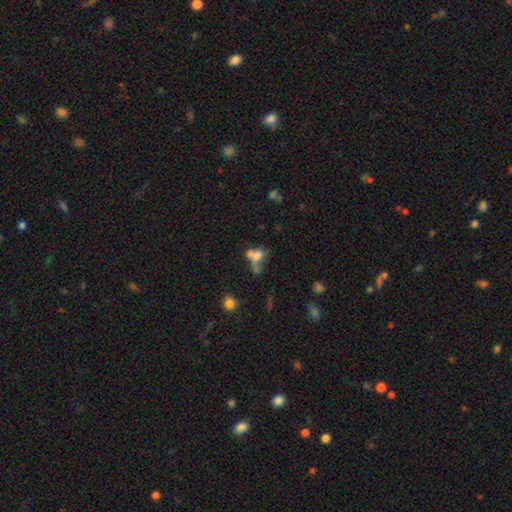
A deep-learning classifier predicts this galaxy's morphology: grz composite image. It shows a smooth galaxy with no disk features (62%) that is in between round and cigar-shaped (61%). Merging: merger (54%).